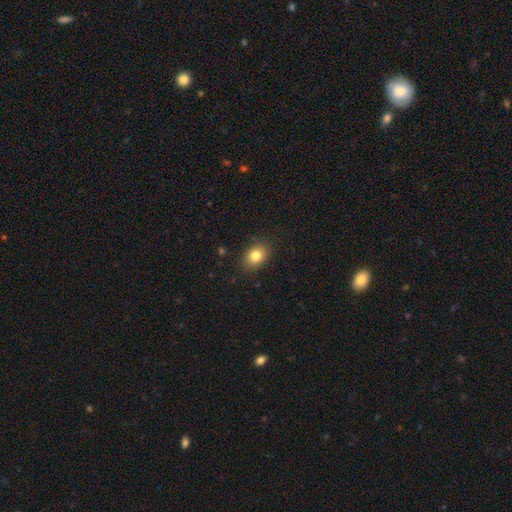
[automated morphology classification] Overall: smooth (82%). How rounded: in between (63%; round 36%). Merging: none (86%).